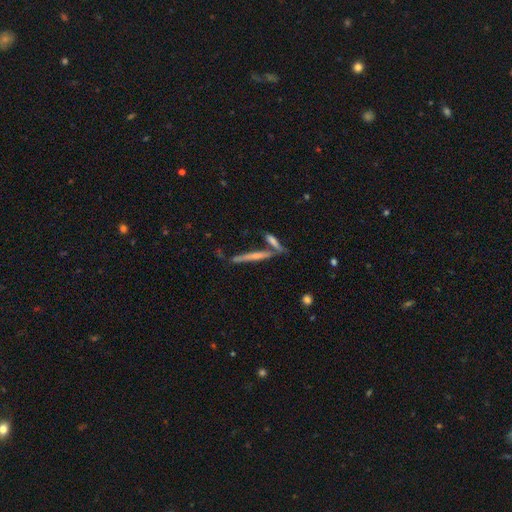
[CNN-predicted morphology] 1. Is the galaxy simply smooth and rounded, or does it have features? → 66% featured or disk, 26% smooth, 8% star or artifact.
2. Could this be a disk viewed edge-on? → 96% yes, 4% no.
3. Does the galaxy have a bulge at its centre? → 56% rounded, 35% none, 9% boxy.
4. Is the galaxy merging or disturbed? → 71% none, 16% merger, 10% minor disturbance, 3% major disturbance.